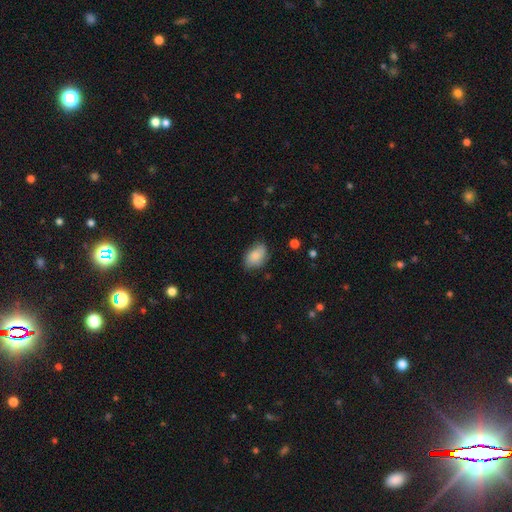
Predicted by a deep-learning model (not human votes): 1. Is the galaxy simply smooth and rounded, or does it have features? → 84% smooth, 9% featured or disk, 7% star or artifact.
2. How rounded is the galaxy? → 85% in between, 14% round, 1% cigar-shaped.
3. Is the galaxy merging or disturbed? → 67% none, 26% minor disturbance, 6% major disturbance, 2% merger.